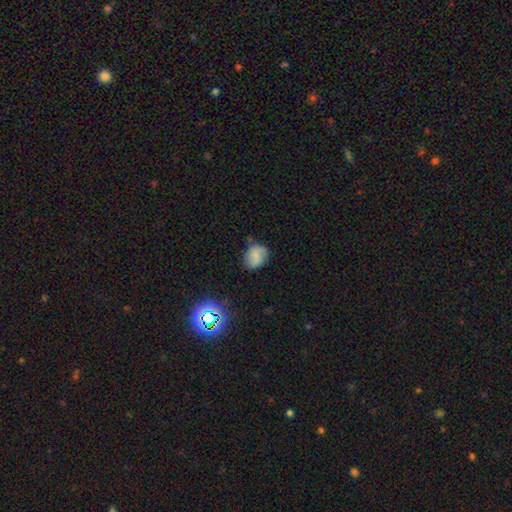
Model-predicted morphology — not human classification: Smooth or featured? Predicted: smooth (p=0.63). How rounded? Predicted: round (p=0.52). Merging? Predicted: none (p=0.73).